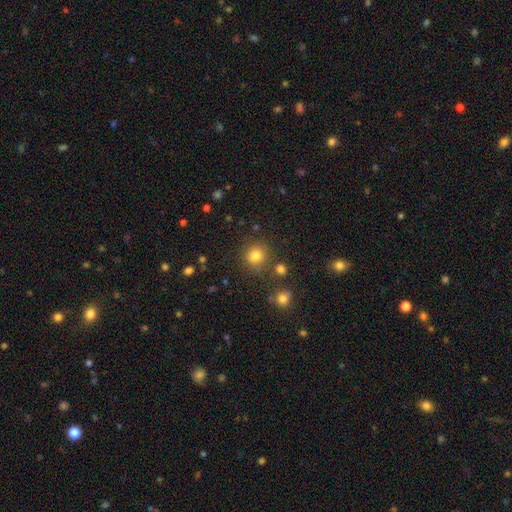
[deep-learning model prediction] The model was most divided on "smooth or featured": smooth: 78%, star or artifact: 15%, featured or disk: 7%. More confident: how rounded — round (89%); merging — none (80%).